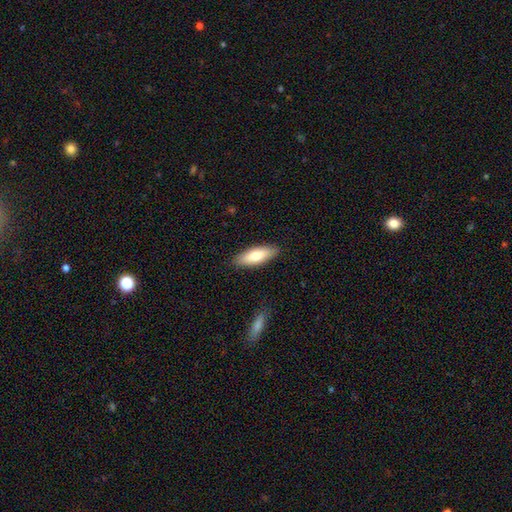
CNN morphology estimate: type=smooth (78%); roundness=in between (64%); merging=none (88%).